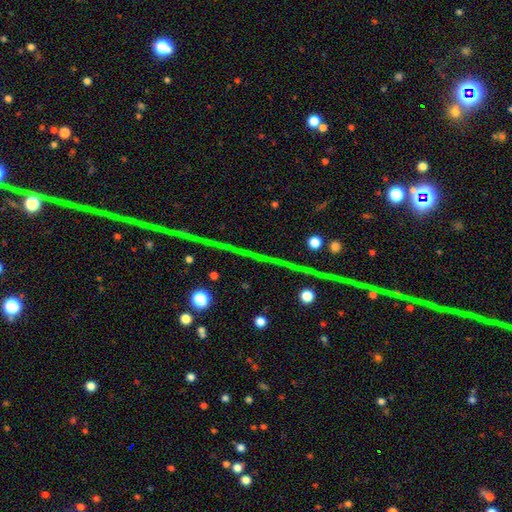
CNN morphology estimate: A star or artifact, not a galaxy (75%).